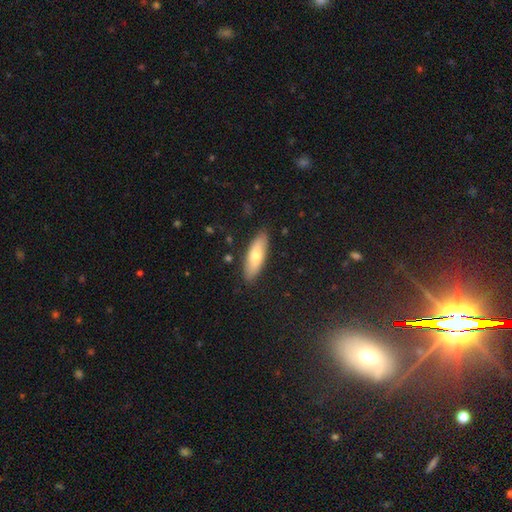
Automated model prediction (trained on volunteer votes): smooth-or-featured: smooth: 69% | featured or disk: 25% | star or artifact: 6%
  how-rounded: in between: 61% | cigar-shaped: 37% | round: 2%
  merging: none: 86% | minor disturbance: 10% | major disturbance: 2% | merger: 1%